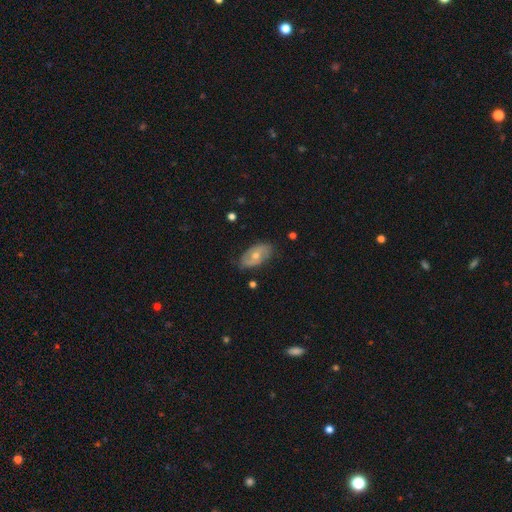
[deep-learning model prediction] This appears to be a featured or disk galaxy (47%). Merging: none (77%).